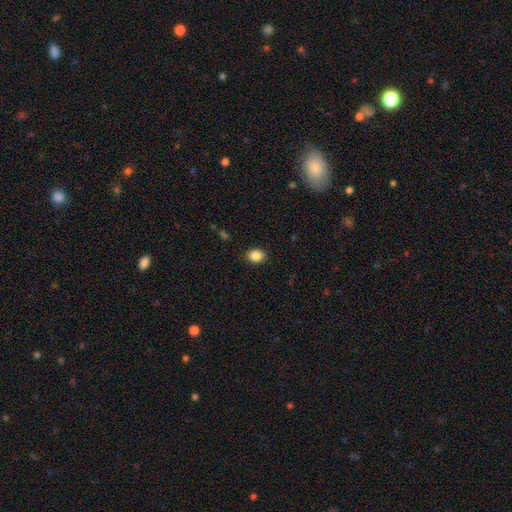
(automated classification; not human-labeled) The model was most divided on "how rounded": in between: 53%, round: 46%, cigar-shaped: 1%. More confident: merging — none (89%); smooth or featured — smooth (86%).